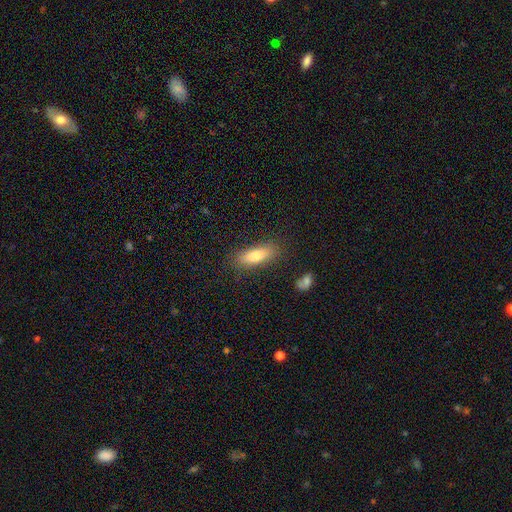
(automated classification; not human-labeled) smooth_or_featured: smooth (p=0.75) [alt: featured or disk p=0.17]
how_rounded: in between (p=0.62) [alt: cigar-shaped p=0.35]
merging: none (p=0.83) [alt: minor disturbance p=0.12]